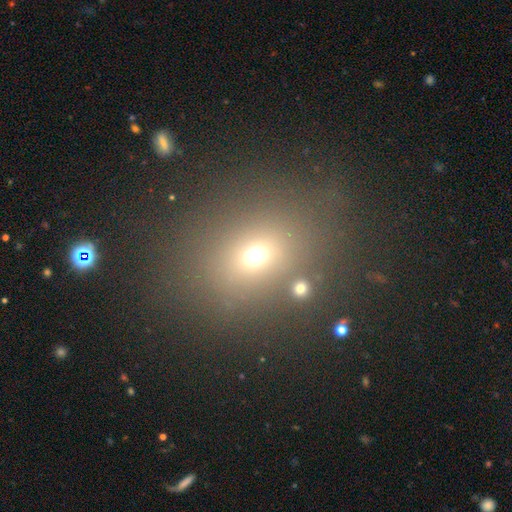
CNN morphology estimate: A smooth galaxy with no disk features (65%) that is round (53%).

Vote fractions:
- Smooth or featured? smooth: 65% / star or artifact: 24% / featured or disk: 11%
- How rounded? round: 53% / in between: 46% / cigar-shaped: 2%
- Merging? none: 74% / minor disturbance: 12% / major disturbance: 7% / merger: 7%